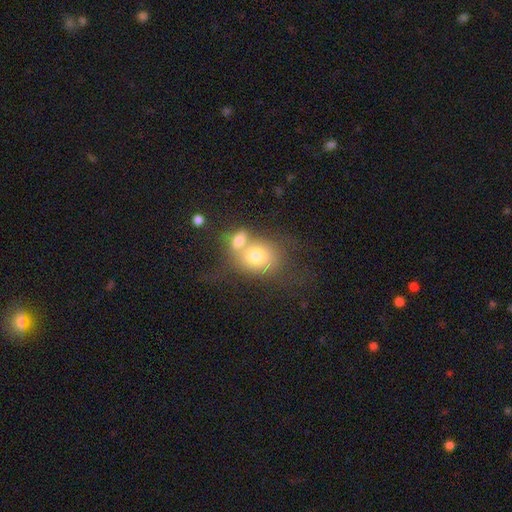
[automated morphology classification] This is likely a smooth galaxy (68%). How rounded: possibly round (54%). Merging: likely merger (60%).